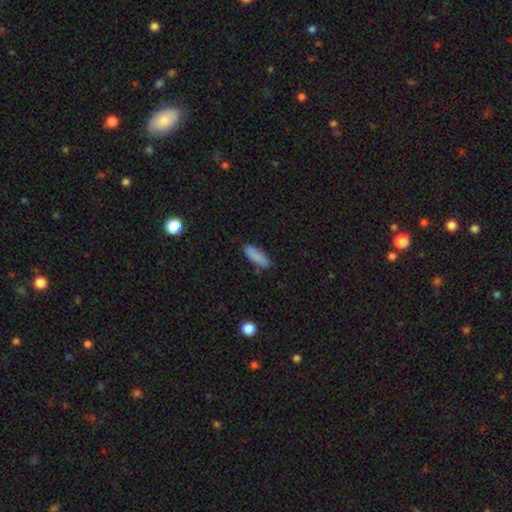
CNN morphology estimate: Smooth or featured? smooth (87%)
How rounded? in between (51%)
Merging? none (81%)